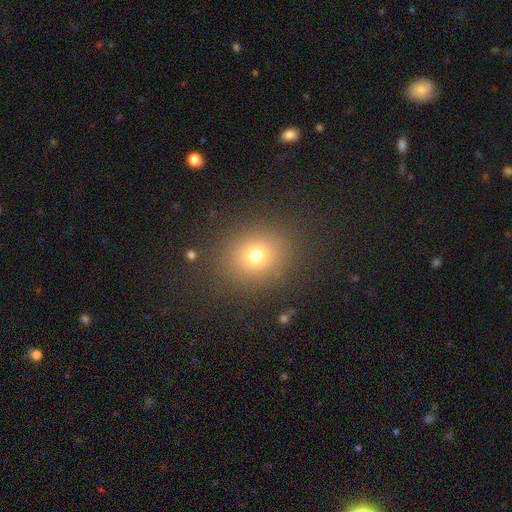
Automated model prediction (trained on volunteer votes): Smooth or featured?
  - smooth: 73% *
  - star or artifact: 18%
  - featured or disk: 10%
How rounded?
  - round: 73% *
  - in between: 26%
  - cigar-shaped: 1%
Merging?
  - none: 87% *
  - minor disturbance: 8%
  - major disturbance: 4%
  - merger: 2%